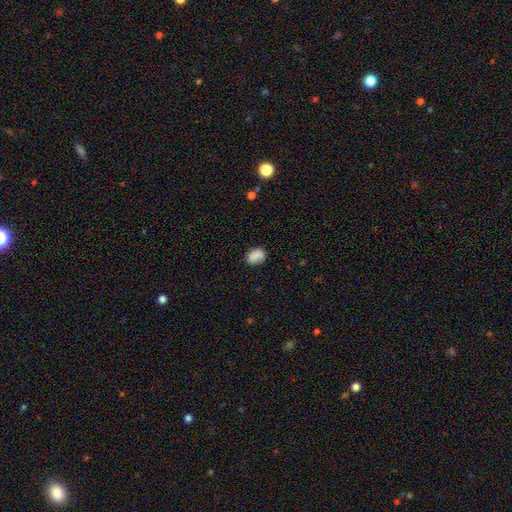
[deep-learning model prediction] Smooth or featured? Predicted: smooth (p=0.80). How rounded? Predicted: in between (p=0.70). Merging? Predicted: none (p=0.69).